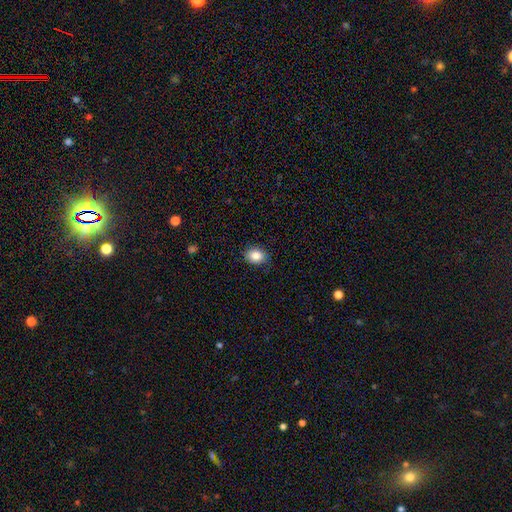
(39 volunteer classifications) A smooth galaxy with no disk features (90%) that is in between round and cigar-shaped (71%). Merging: none (79%).